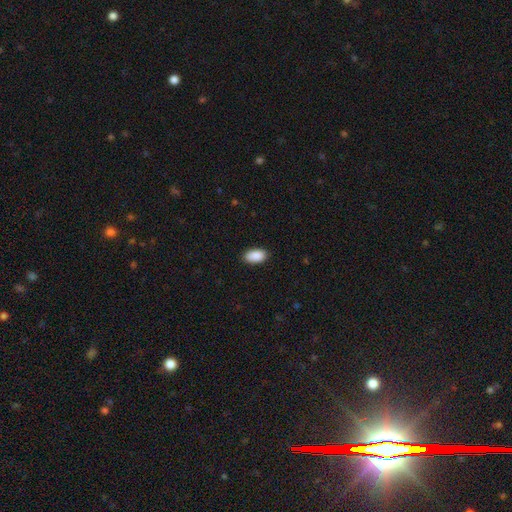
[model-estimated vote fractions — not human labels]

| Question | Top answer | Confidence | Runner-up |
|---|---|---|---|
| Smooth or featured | smooth | 90% | star or artifact (6%) |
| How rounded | in between | 95% | round (3%) |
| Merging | none | 87% | minor disturbance (10%) |